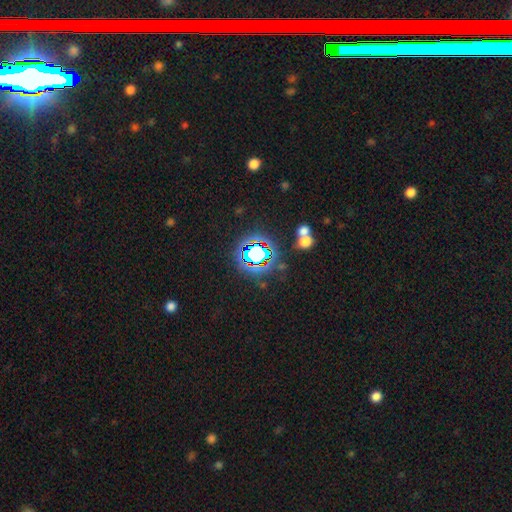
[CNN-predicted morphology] The model was most divided on "smooth or featured": star or artifact: 73%, smooth: 16%, featured or disk: 11%.